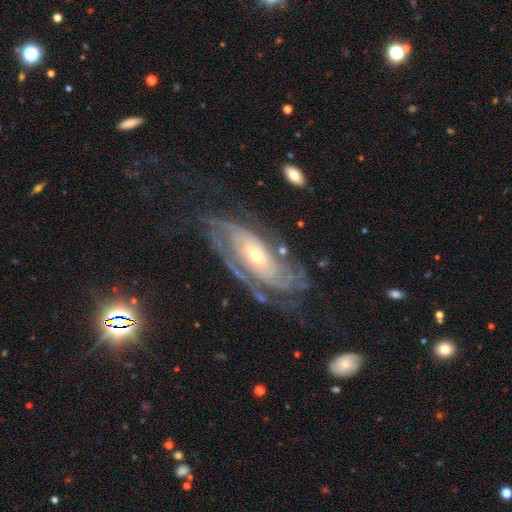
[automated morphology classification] smooth-or-featured: featured or disk: 89% | smooth: 6% | star or artifact: 6%
  disk-edge-on: no: 94% | yes: 6%
    bar: no: 69% | weak: 21% | strong: 10%
    has-spiral-arms: yes: 96% | no: 4%
      spiral-winding: tight: 68% | medium: 25% | loose: 7%
      spiral-arm-count: 2: 35% | can't tell: 28% | 3: 17% | 4: 8% | 1: 6% | more than 4: 6%
    bulge-size: small: 56% | moderate: 39% | large: 3% | none: 1% | dominant: 1%
  merging: none: 64% | minor disturbance: 19% | major disturbance: 15% | merger: 2%